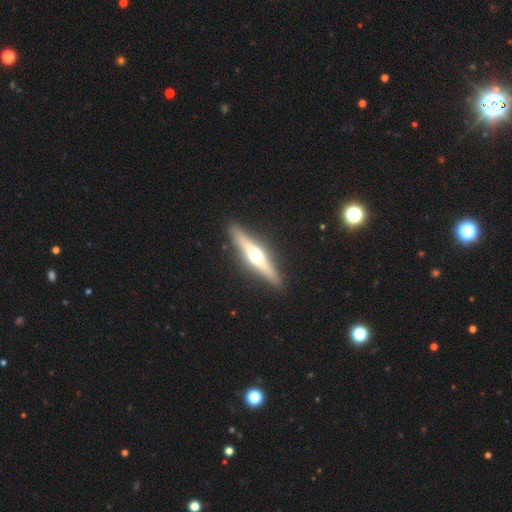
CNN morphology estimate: featured or disk 66%, smooth 29%, star or artifact 6%. Down the decision tree: edge-on disk — yes (95%); edge-on bulge — rounded (95%); merging — none (90%).